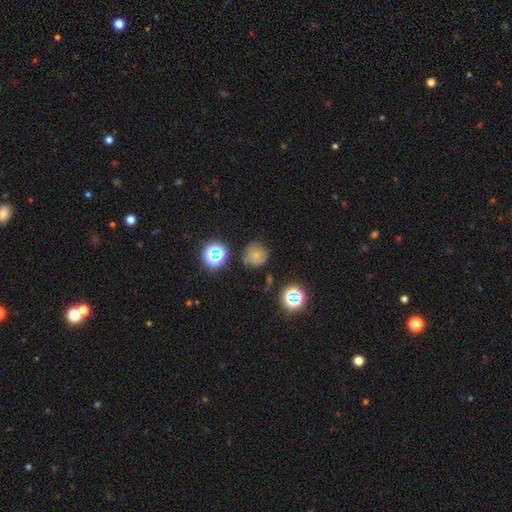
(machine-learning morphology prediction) A smooth galaxy with no disk features (54%) that is round (87%).

Vote fractions:
- Smooth or featured? smooth: 54% / featured or disk: 26% / star or artifact: 20%
- How rounded? round: 87% / in between: 12% / cigar-shaped: 1%
- Merging? none: 66% / minor disturbance: 22% / major disturbance: 8% / merger: 4%